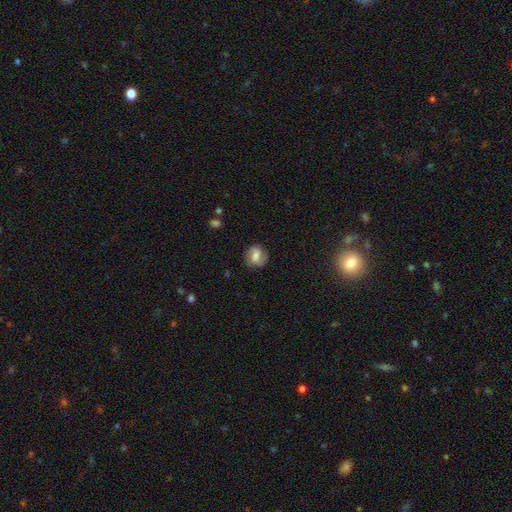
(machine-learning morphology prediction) Smooth or featured? smooth (56%)
How rounded? round (68%)
Merging? none (77%)